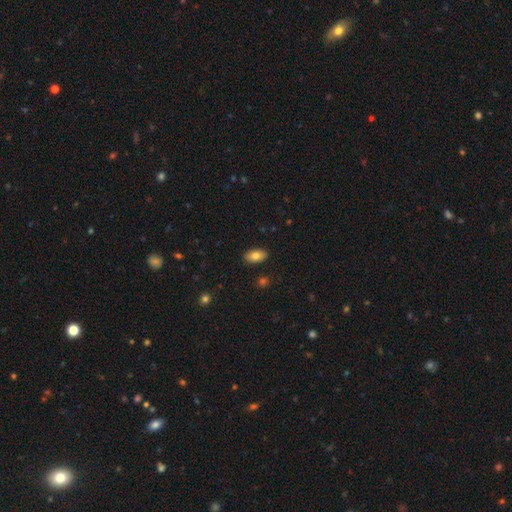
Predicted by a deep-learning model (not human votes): Smooth or featured? smooth (80%)
How rounded? in between (93%)
Merging? none (88%)